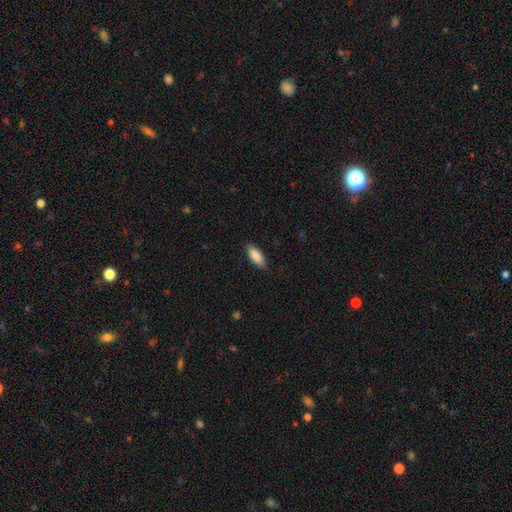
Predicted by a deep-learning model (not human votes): A smooth galaxy with no disk features (89%) that is in between round and cigar-shaped (77%). Merging: none (86%).